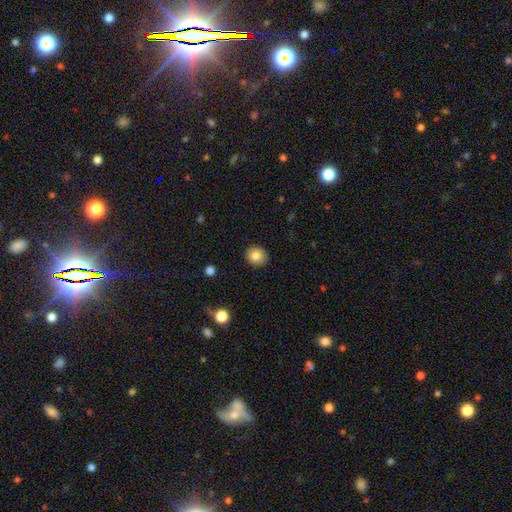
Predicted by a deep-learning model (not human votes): smooth_or_featured: smooth (p=0.83) [alt: star or artifact p=0.09]
how_rounded: round (p=0.86) [alt: in between p=0.13]
merging: none (p=0.91) [alt: minor disturbance p=0.06]